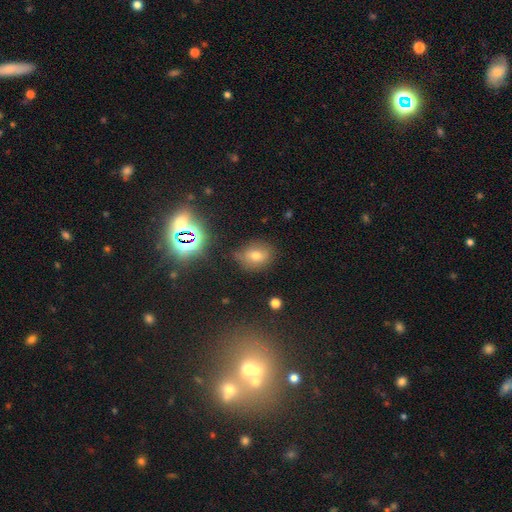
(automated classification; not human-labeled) smooth 63%, star or artifact 22%, featured or disk 15%. Down the decision tree: how rounded — in between (57%); merging — none (68%).